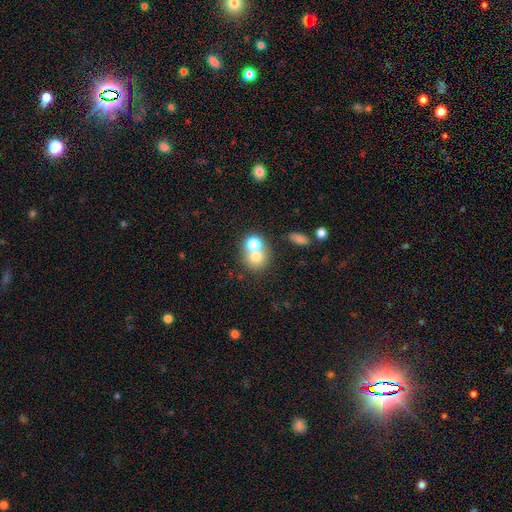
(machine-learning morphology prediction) smooth 70%, featured or disk 19%, star or artifact 11%. Down the decision tree: how rounded — round (74%); merging — merger (60%).